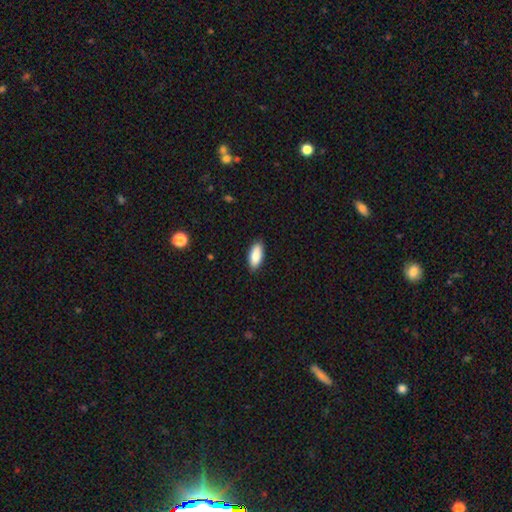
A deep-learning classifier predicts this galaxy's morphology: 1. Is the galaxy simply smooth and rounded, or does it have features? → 86% smooth, 8% featured or disk, 6% star or artifact.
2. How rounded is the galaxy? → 84% in between, 14% cigar-shaped, 2% round.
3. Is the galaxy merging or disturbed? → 88% none, 9% minor disturbance, 2% major disturbance, 1% merger.